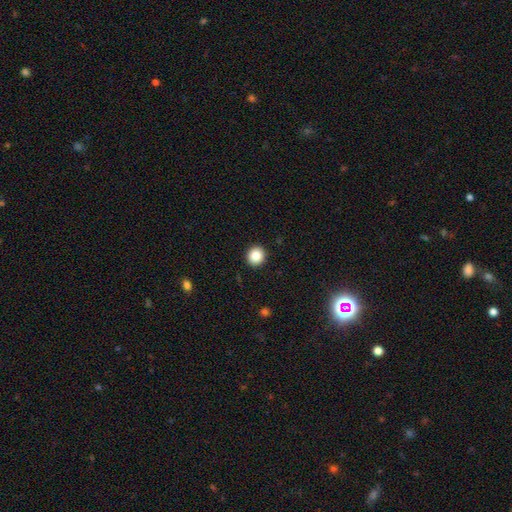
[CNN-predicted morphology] smooth-or-featured: smooth: 86% | star or artifact: 10% | featured or disk: 5%
  how-rounded: round: 90% | in between: 9% | cigar-shaped: 1%
  merging: none: 93% | minor disturbance: 5% | major disturbance: 2% | merger: 1%